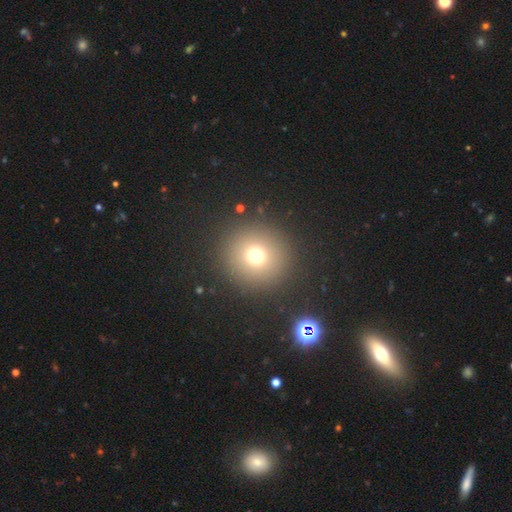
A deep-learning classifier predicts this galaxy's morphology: type=smooth (71%); roundness=round (94%); merging=none (89%).